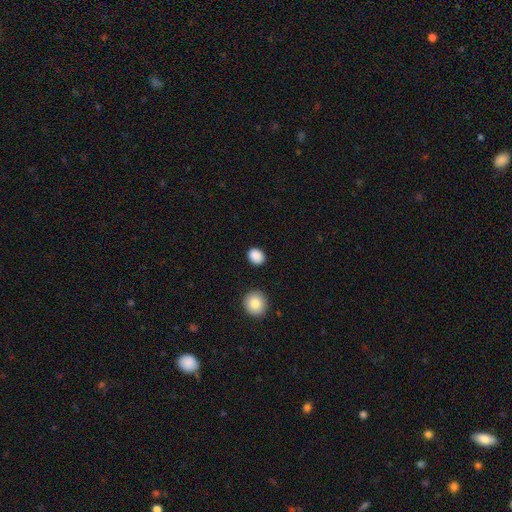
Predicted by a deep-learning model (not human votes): A smooth galaxy with no disk features (89%) that is round (53%). Merging: none (88%).